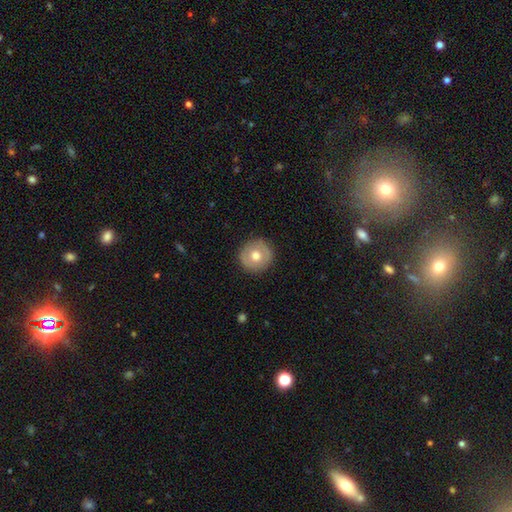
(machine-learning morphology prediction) type=smooth (63%); roundness=round (94%); merging=none (89%).